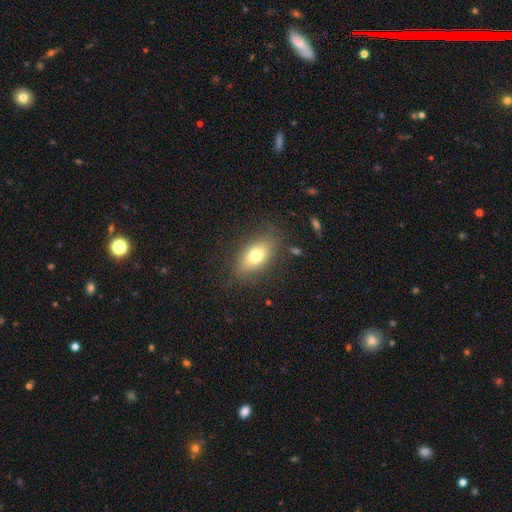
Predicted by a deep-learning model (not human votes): Morphology: type=smooth (73%); roundness=in between (85%); merging=none (81%).